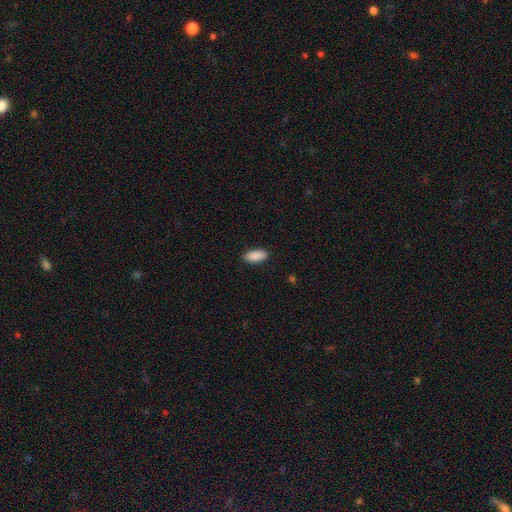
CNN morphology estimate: Smooth or featured: smooth — 91% (star or artifact — 6%)
How rounded: in between — 85% (cigar-shaped — 13%)
Merging: none — 89% (minor disturbance — 8%)